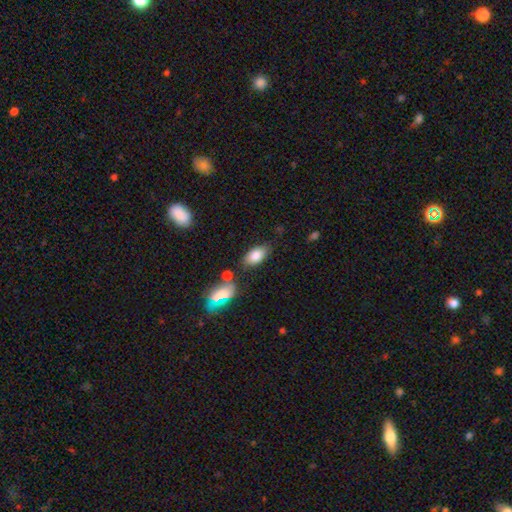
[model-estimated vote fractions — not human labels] Morphology: type=smooth (83%); roundness=in between (91%); merging=none (73%).